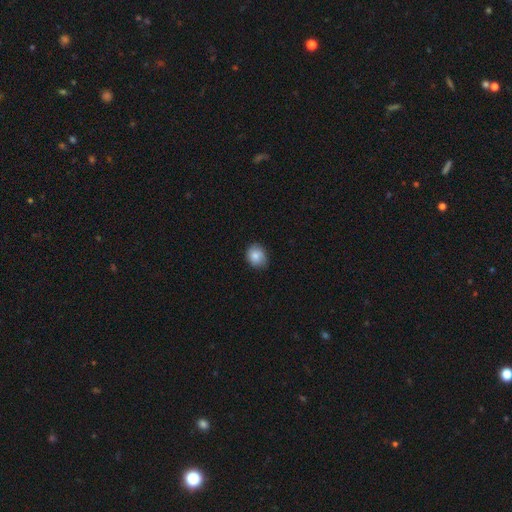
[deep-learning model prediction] smooth-or-featured: smooth: 84% | star or artifact: 8% | featured or disk: 8%
  how-rounded: round: 62% | in between: 37% | cigar-shaped: 1%
  merging: none: 77% | minor disturbance: 19% | major disturbance: 3% | merger: 1%